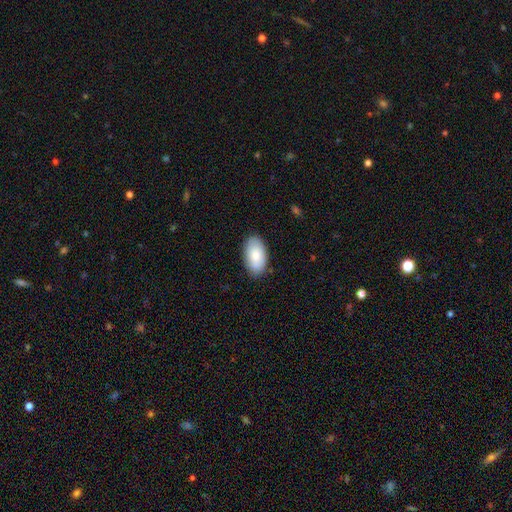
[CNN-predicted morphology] This is clearly a smooth galaxy (83%). How rounded: clearly in between (95%). Merging: clearly none (85%).